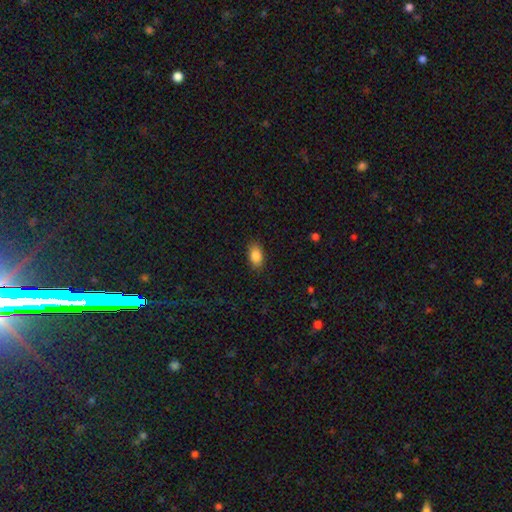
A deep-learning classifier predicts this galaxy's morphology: The model was most divided on "merging": none: 87%, minor disturbance: 10%, major disturbance: 2%, merger: 1%. More confident: how rounded — in between (90%); smooth or featured — smooth (86%).